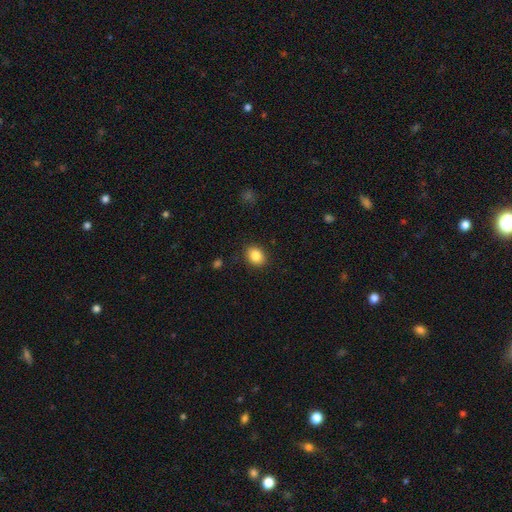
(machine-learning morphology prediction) Smooth or featured? Predicted: smooth (p=0.85). How rounded? Predicted: in between (p=0.56). Merging? Predicted: none (p=0.88).